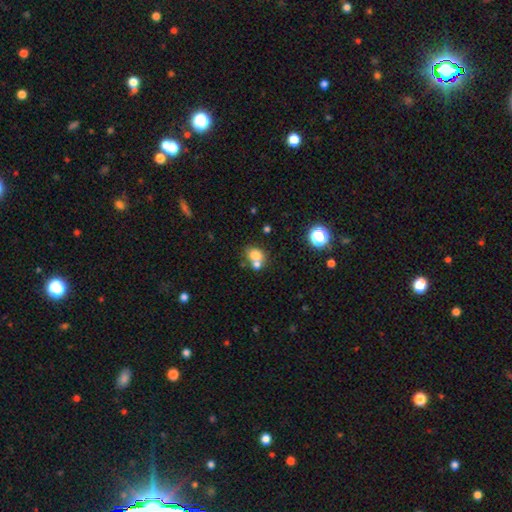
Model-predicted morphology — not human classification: Q: Smooth or featured?
A: smooth (74%); runner-up: featured or disk (13%)
Q: How rounded?
A: round (57%); runner-up: in between (42%)
Q: Merging?
A: merger (49%); runner-up: none (38%)